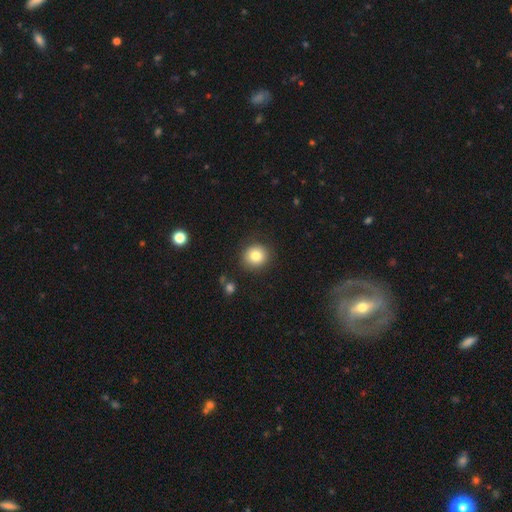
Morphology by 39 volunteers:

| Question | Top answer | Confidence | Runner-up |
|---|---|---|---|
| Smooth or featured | smooth | 87% | star or artifact (8%) |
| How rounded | round | 91% | in between (9%) |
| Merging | none | 86% | minor disturbance (14%) |